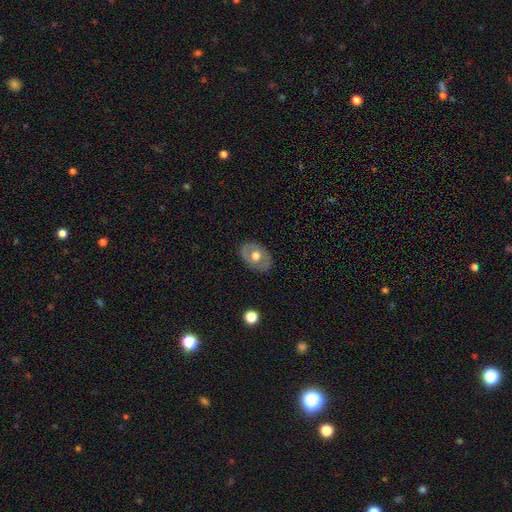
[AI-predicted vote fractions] A smooth galaxy with no disk features (47%). Merging: none (80%).